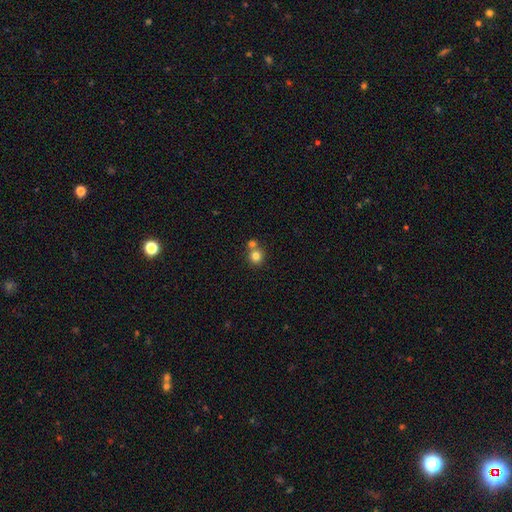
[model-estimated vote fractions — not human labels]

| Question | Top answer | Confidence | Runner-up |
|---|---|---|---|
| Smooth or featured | smooth | 81% | star or artifact (11%) |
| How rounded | round | 89% | in between (10%) |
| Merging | none | 54% | merger (37%) |